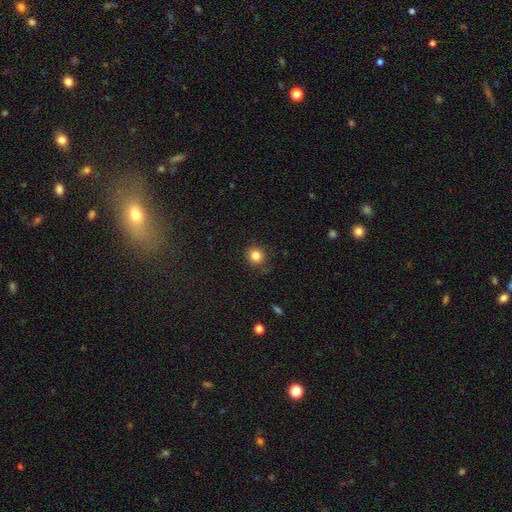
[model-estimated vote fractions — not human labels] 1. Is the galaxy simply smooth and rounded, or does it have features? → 83% smooth, 12% star or artifact, 5% featured or disk.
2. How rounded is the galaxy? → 91% round, 8% in between, 1% cigar-shaped.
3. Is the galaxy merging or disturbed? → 85% none, 11% minor disturbance, 3% major disturbance, 1% merger.